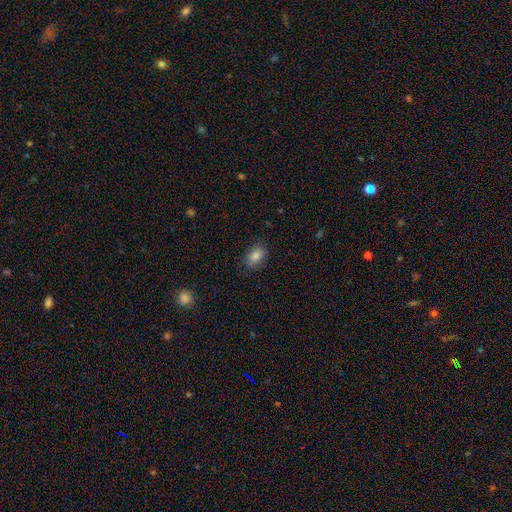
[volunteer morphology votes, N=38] A smooth galaxy with no disk features (89%) that is in between round and cigar-shaped (74%). Merging: none (89%).